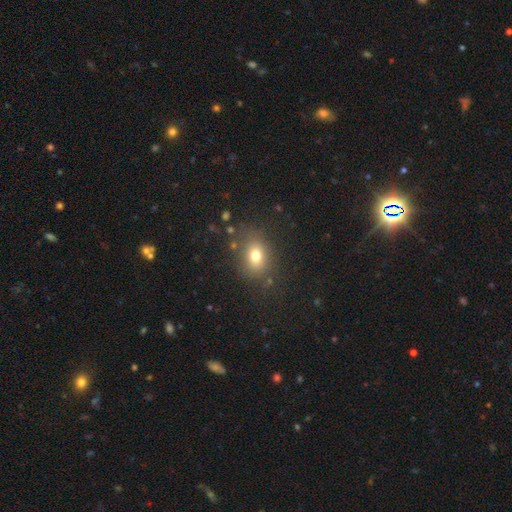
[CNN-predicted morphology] Smooth or featured?
  - smooth: 74% *
  - star or artifact: 15%
  - featured or disk: 11%
How rounded?
  - in between: 57% *
  - round: 42%
  - cigar-shaped: 1%
Merging?
  - none: 79% *
  - minor disturbance: 13%
  - major disturbance: 6%
  - merger: 3%